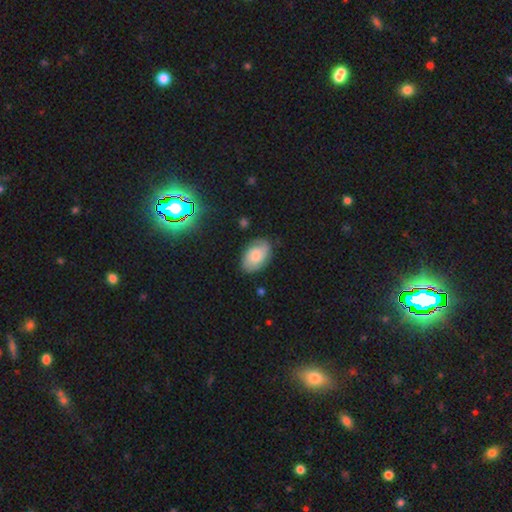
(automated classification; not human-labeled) smooth-or-featured: smooth: 61% | featured or disk: 31% | star or artifact: 8%
  how-rounded: in between: 90% | round: 9% | cigar-shaped: 1%
  merging: none: 81% | minor disturbance: 15% | major disturbance: 3% | merger: 1%